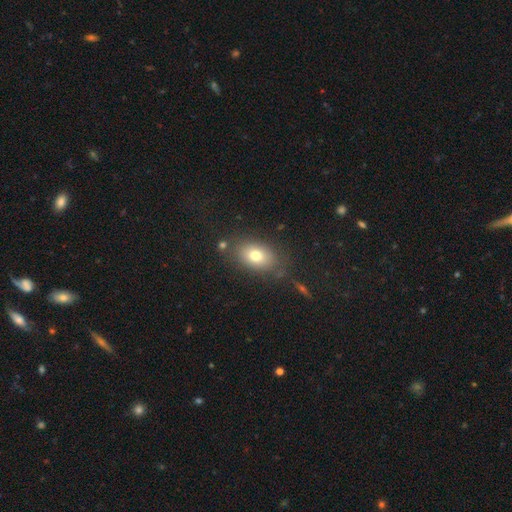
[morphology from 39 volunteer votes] Q: Smooth or featured?
A: smooth (74%); runner-up: featured or disk (15%)
Q: How rounded?
A: in between (62%); runner-up: round (34%)
Q: Merging?
A: none (77%); runner-up: minor disturbance (11%)